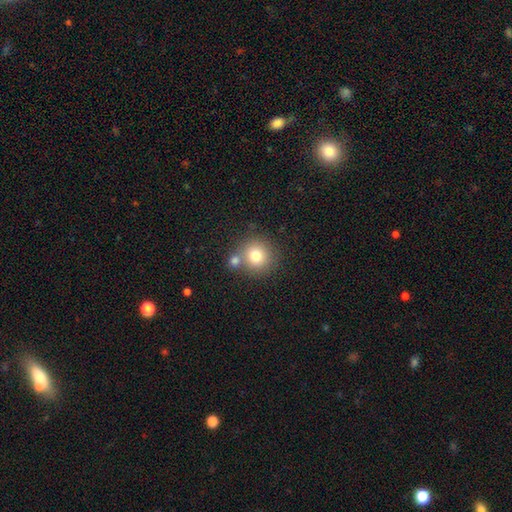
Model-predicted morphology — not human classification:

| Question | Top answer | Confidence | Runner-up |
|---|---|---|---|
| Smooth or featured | smooth | 76% | star or artifact (12%) |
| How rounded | round | 92% | in between (7%) |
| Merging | none | 65% | merger (23%) |